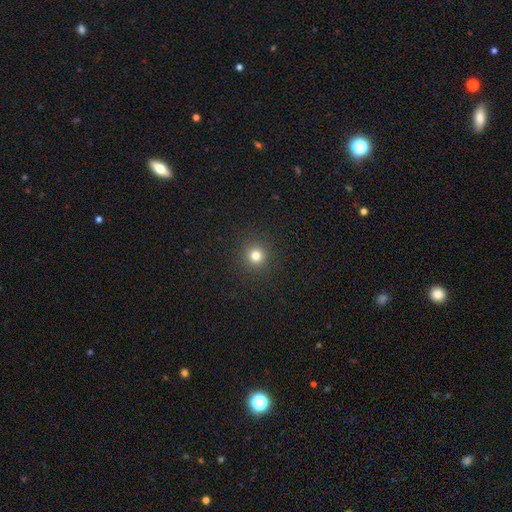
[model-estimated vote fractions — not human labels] Smooth or featured: smooth — 79% (star or artifact — 15%)
How rounded: round — 94% (in between — 5%)
Merging: none — 92% (minor disturbance — 5%)